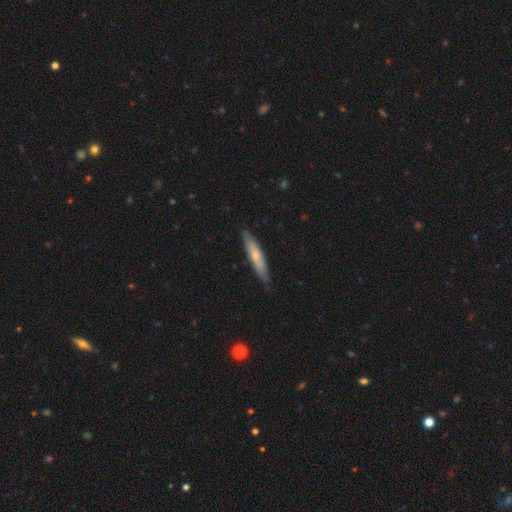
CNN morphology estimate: smooth-or-featured: smooth: 59% | featured or disk: 35% | star or artifact: 5%
  how-rounded: cigar-shaped: 88% | in between: 11% | round: 1%
  merging: none: 82% | minor disturbance: 15% | major disturbance: 2% | merger: 1%